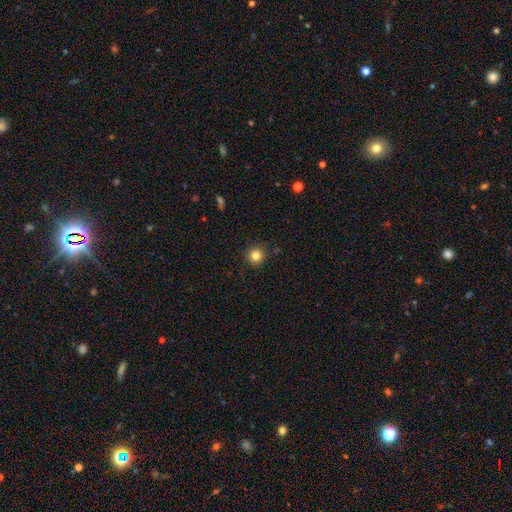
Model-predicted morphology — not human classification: A smooth galaxy with no disk features (83%) that is round (94%). Merging: none (90%).